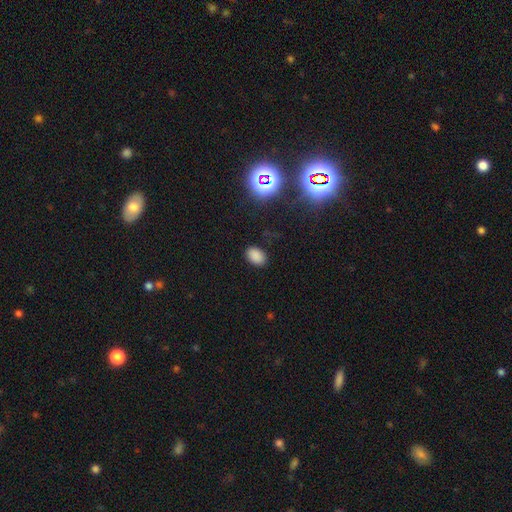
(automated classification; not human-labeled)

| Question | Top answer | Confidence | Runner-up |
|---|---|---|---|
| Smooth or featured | smooth | 81% | star or artifact (15%) |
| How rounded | in between | 86% | round (13%) |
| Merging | none | 86% | minor disturbance (10%) |